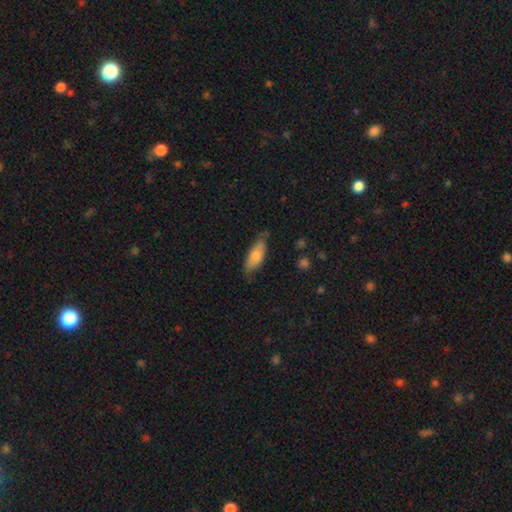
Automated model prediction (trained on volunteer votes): A smooth galaxy with no disk features (72%) that is in between round and cigar-shaped (73%). Merging: none (66%).